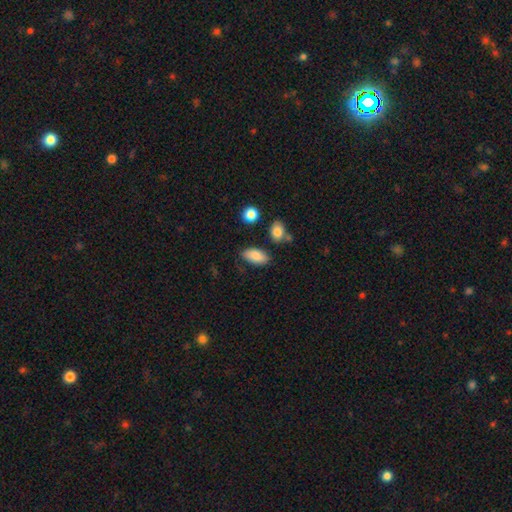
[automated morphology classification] smooth 85%, featured or disk 8%, star or artifact 7%. Down the decision tree: how rounded — in between (93%); merging — none (76%).